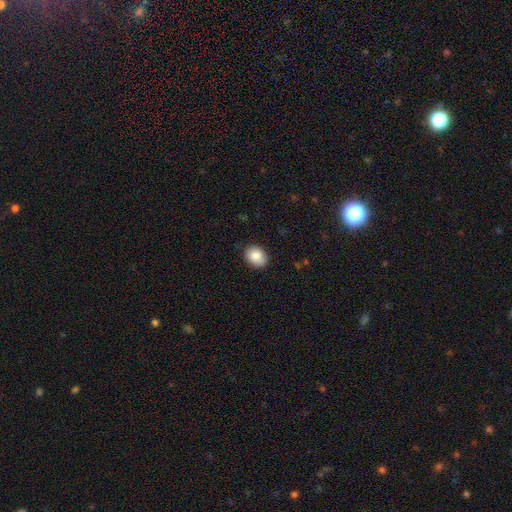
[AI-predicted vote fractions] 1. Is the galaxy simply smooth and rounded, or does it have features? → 87% smooth, 8% star or artifact, 5% featured or disk.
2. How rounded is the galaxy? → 59% in between, 40% round, 1% cigar-shaped.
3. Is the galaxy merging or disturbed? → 88% none, 9% minor disturbance, 2% major disturbance, 1% merger.